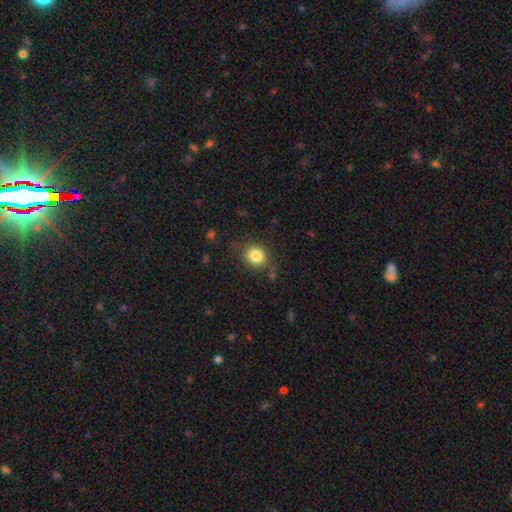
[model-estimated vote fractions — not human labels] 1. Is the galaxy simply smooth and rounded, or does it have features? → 83% smooth, 11% star or artifact, 7% featured or disk.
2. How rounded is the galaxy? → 75% round, 24% in between, 1% cigar-shaped.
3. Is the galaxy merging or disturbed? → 81% none, 13% minor disturbance, 4% major disturbance, 3% merger.